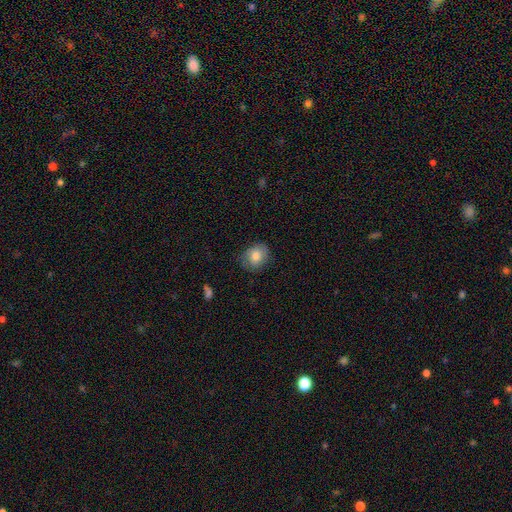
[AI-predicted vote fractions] A smooth galaxy with no disk features (80%) that is round (53%).

Vote fractions:
- Smooth or featured? smooth: 80% / featured or disk: 12% / star or artifact: 8%
- How rounded? round: 53% / in between: 46% / cigar-shaped: 1%
- Merging? none: 77% / minor disturbance: 18% / major disturbance: 4% / merger: 1%